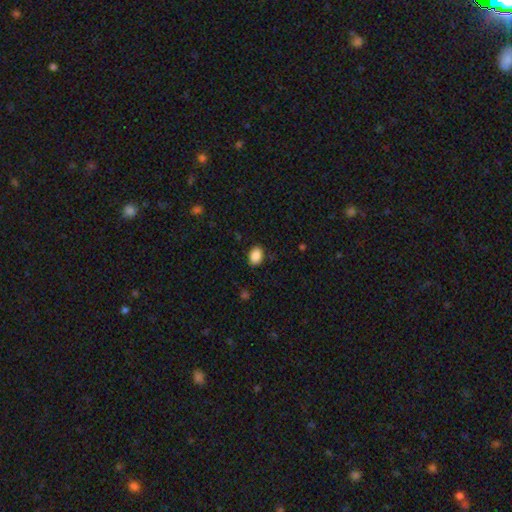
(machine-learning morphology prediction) smooth 89%, star or artifact 8%, featured or disk 3%. Down the decision tree: how rounded — in between (76%); merging — none (88%).